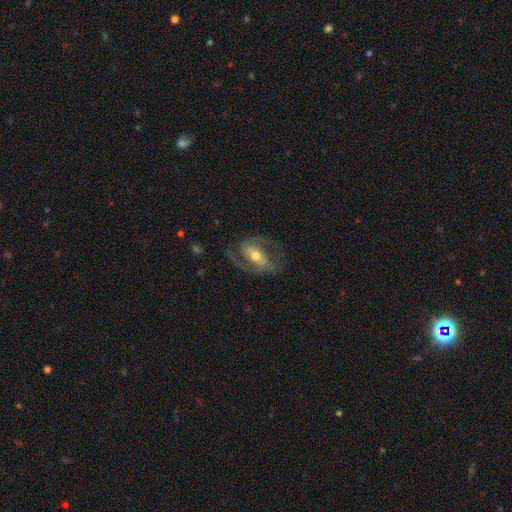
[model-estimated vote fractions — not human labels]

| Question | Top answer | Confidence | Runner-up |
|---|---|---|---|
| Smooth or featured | featured or disk | 82% | smooth (12%) |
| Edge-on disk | no | 95% | yes (5%) |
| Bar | strong | 44% | weak (34%) |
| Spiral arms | yes | 92% | no (8%) |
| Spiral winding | medium | 54% | tight (24%) |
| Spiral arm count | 2 | 88% | can't tell (5%) |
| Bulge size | moderate | 61% | small (30%) |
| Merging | none | 71% | minor disturbance (15%) |